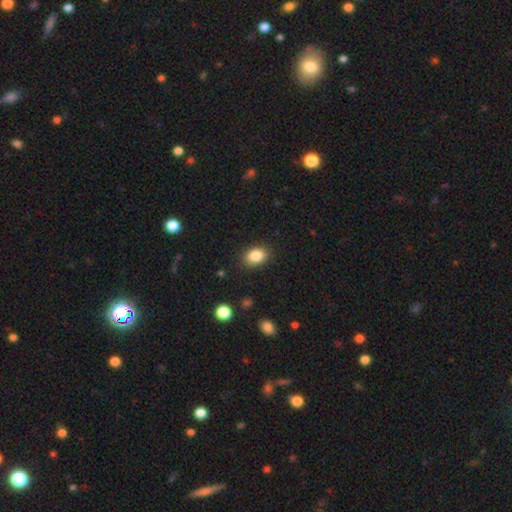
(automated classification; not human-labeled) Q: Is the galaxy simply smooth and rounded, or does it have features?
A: smooth — 86%.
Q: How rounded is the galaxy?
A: in between — 77%.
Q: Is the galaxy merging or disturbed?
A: none — 87%.